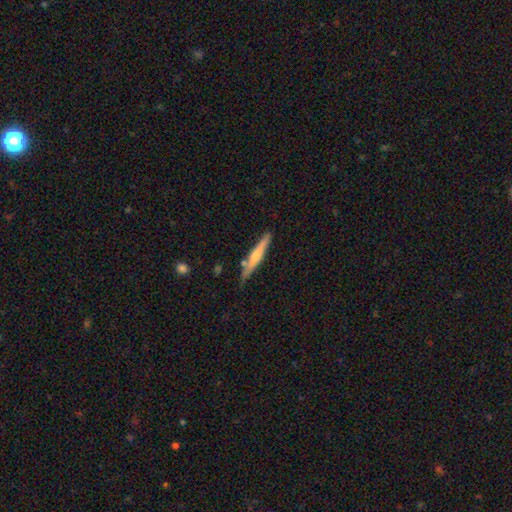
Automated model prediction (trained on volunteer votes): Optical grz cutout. It shows a featured or disk galaxy (51%) viewed edge-on (95%). Merging: none (79%).